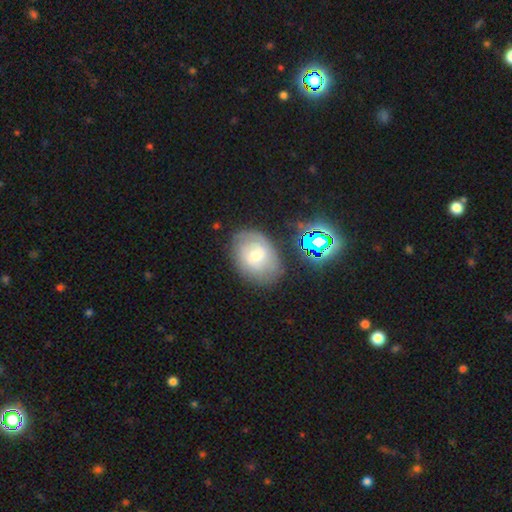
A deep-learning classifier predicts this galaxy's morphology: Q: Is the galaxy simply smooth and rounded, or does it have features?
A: featured or disk — 49%.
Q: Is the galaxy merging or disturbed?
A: none — 71%.